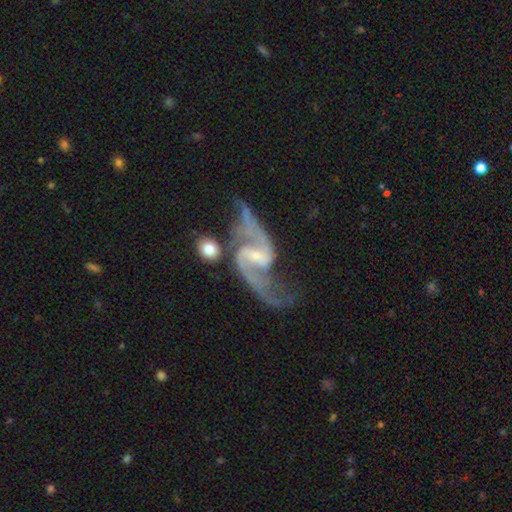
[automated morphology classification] featured or disk 92%, star or artifact 4%, smooth 4%. Down the decision tree: edge-on disk — no (97%); bar — weak (48%); spiral arms — yes (97%); spiral arm count — 2 (93%); spiral winding — loose (64%); bulge size — small (69%); merging — none (49%).